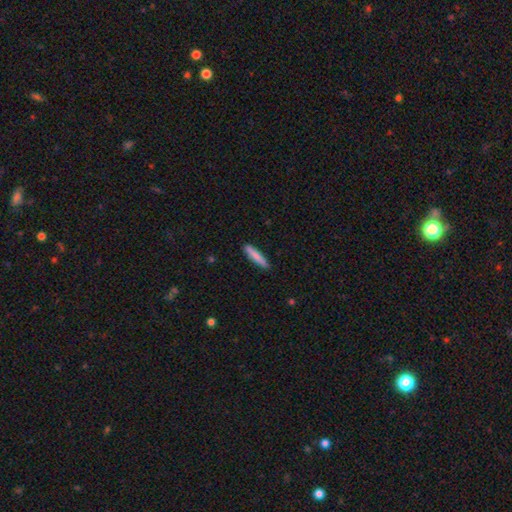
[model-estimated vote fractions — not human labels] Overall: smooth (81%). How rounded: cigar-shaped (90%). Merging: none (89%).